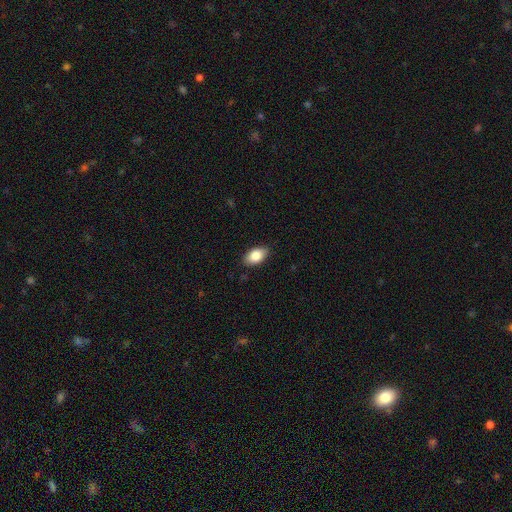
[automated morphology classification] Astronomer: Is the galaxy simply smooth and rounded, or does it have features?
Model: smooth — 85%.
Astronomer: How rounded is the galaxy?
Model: in between — 92%.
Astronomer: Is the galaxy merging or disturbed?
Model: none — 86%.